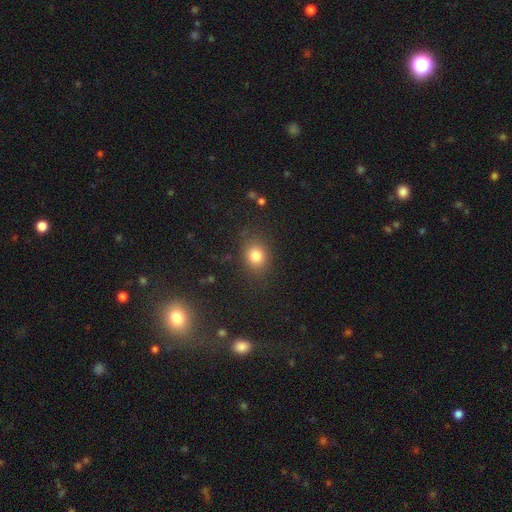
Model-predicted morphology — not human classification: A smooth galaxy with no disk features (81%) that is round (60%). Merging: none (81%).